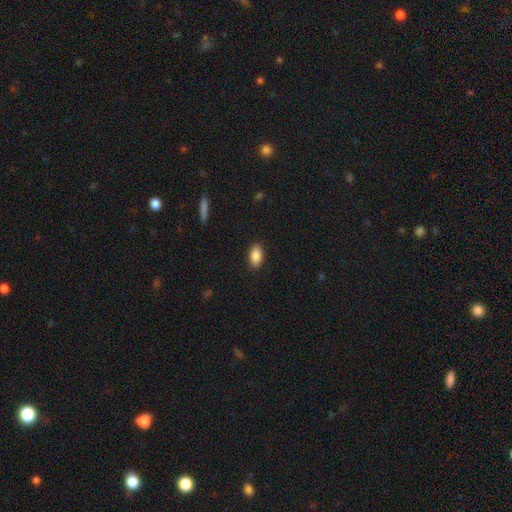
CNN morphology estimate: Smooth or featured?
  - smooth: 88% *
  - star or artifact: 7%
  - featured or disk: 5%
How rounded?
  - in between: 92% *
  - round: 4%
  - cigar-shaped: 4%
Merging?
  - none: 89% *
  - minor disturbance: 8%
  - major disturbance: 2%
  - merger: 1%